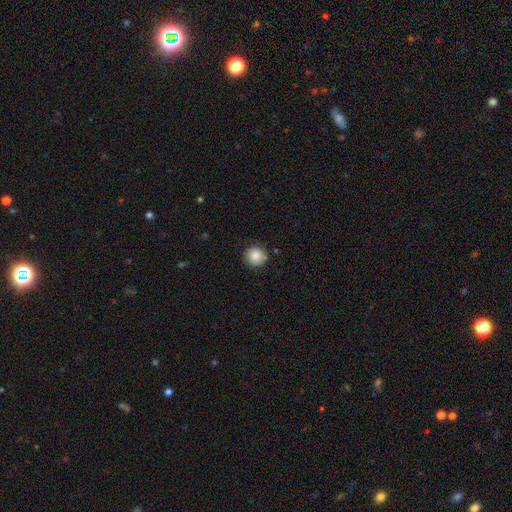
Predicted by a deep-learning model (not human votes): Q: Smooth or featured?
A: smooth (86%); runner-up: star or artifact (8%)
Q: How rounded?
A: round (93%); runner-up: in between (6%)
Q: Merging?
A: none (84%); runner-up: minor disturbance (12%)